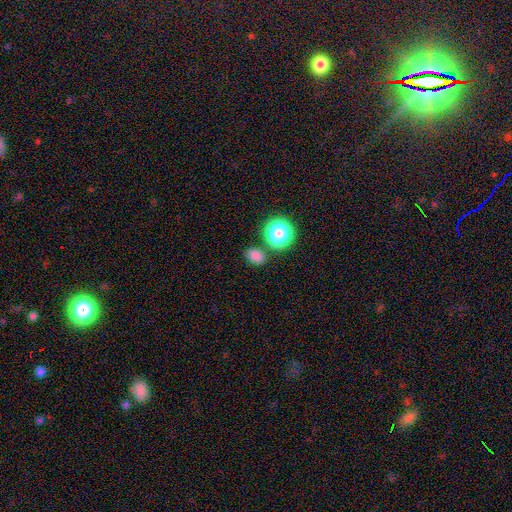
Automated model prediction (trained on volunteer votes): Smooth or featured? smooth (78%)
How rounded? in between (58%)
Merging? none (78%)